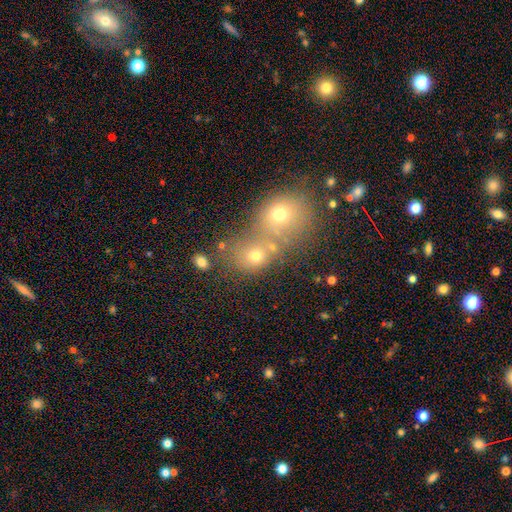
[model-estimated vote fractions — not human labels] A smooth galaxy with no disk features (64%) that is round (64%). Merging: merger (58%).